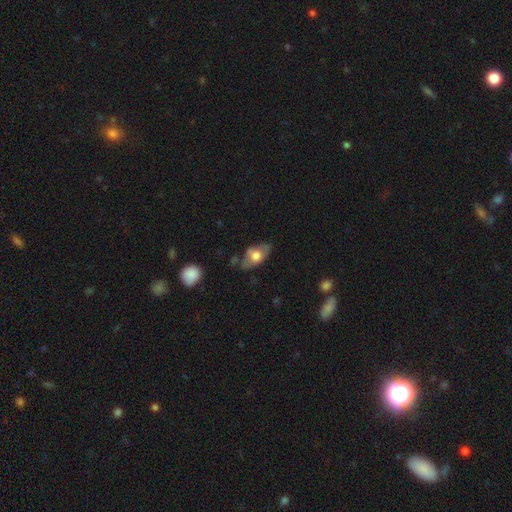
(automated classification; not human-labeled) The model was most divided on "smooth or featured": smooth: 55%, featured or disk: 38%, star or artifact: 7%. More confident: how rounded — in between (87%); merging — none (61%).